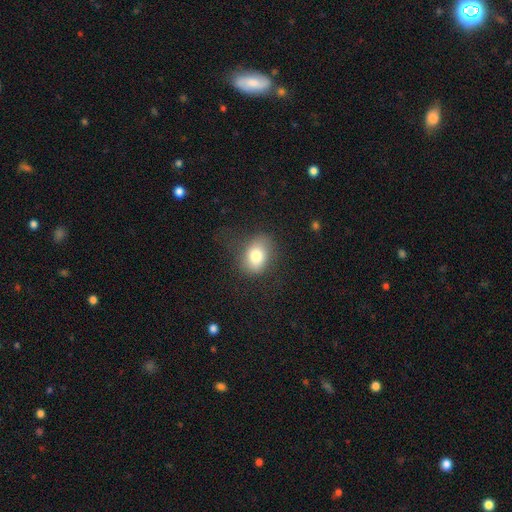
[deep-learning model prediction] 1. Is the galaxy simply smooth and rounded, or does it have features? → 78% smooth, 13% featured or disk, 9% star or artifact.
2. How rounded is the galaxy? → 68% in between, 31% round, 1% cigar-shaped.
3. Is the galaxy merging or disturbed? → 66% none, 21% minor disturbance, 12% major disturbance, 1% merger.